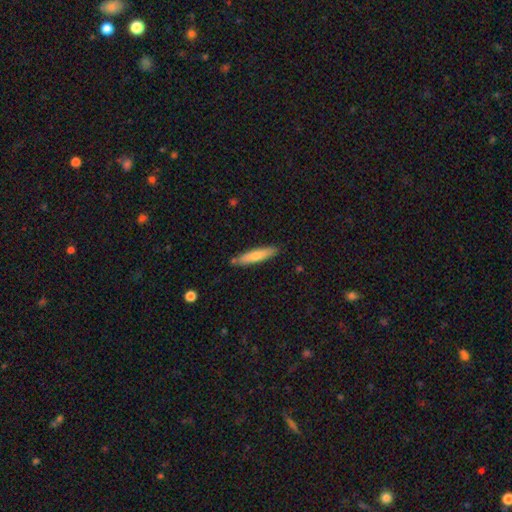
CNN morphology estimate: The model was most divided on "smooth or featured": smooth: 67%, featured or disk: 28%, star or artifact: 6%. More confident: how rounded — cigar-shaped (85%); merging — none (82%).